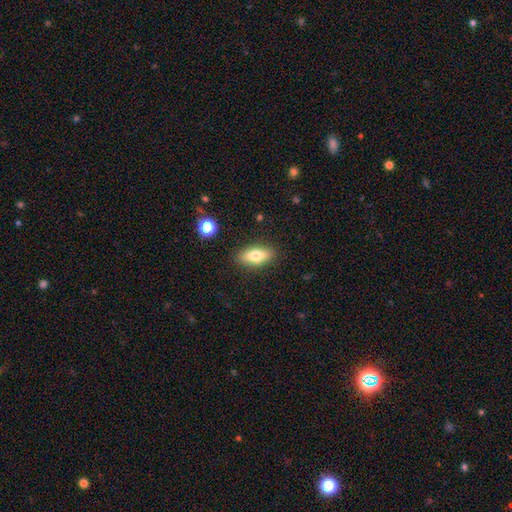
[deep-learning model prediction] Overall: smooth (73%). How rounded: in between (77%). Merging: none (86%).